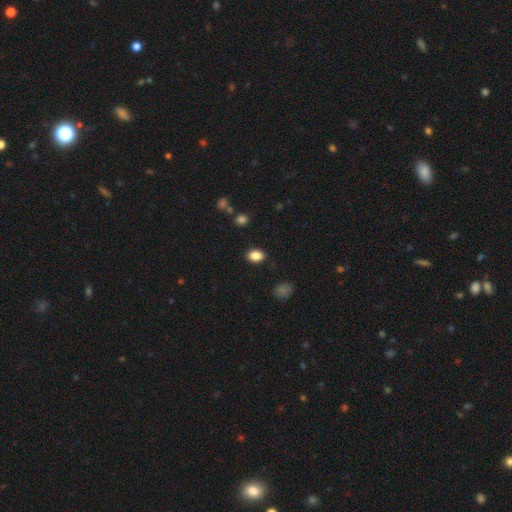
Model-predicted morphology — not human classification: type=smooth (86%); roundness=in between (74%); merging=none (87%).